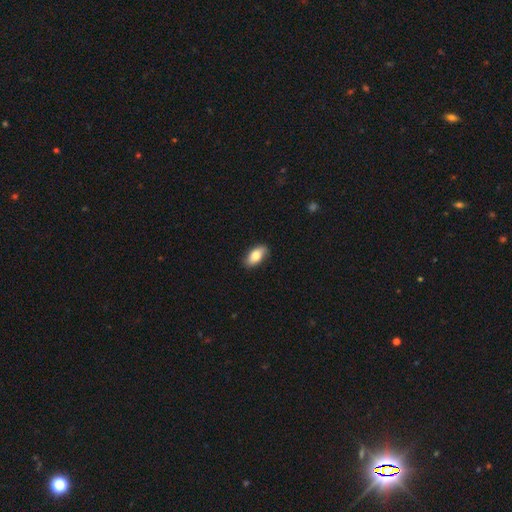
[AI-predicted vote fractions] The model was most divided on "smooth or featured": smooth: 78%, featured or disk: 15%, star or artifact: 6%. More confident: how rounded — in between (91%); merging — none (84%).